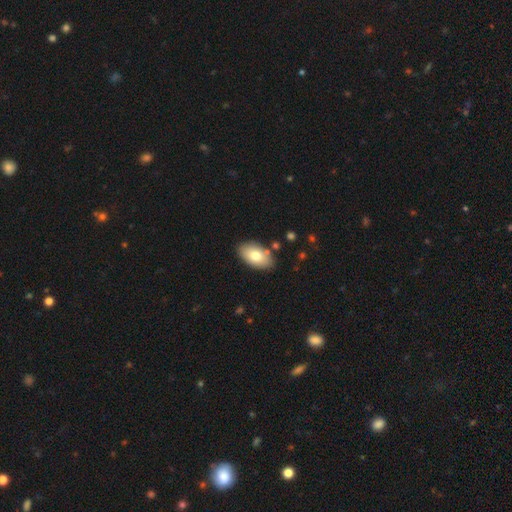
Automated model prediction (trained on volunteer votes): Smooth or featured?
  - smooth: 77% *
  - featured or disk: 17%
  - star or artifact: 7%
How rounded?
  - in between: 94% *
  - round: 5%
  - cigar-shaped: 2%
Merging?
  - none: 83% *
  - minor disturbance: 11%
  - merger: 3%
  - major disturbance: 2%